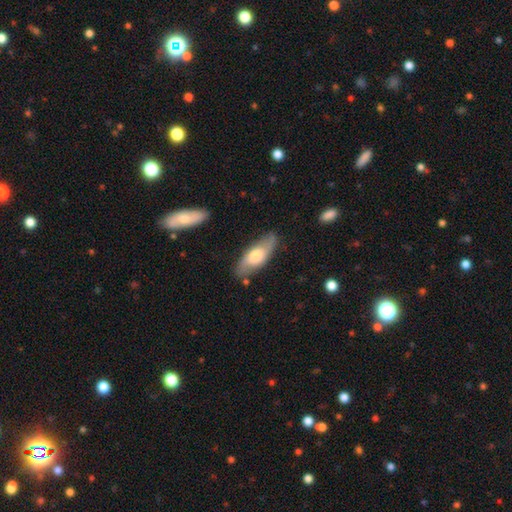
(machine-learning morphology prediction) Overall: smooth (51%; featured or disk 44%). How rounded: in between (71%). Merging: none (78%).